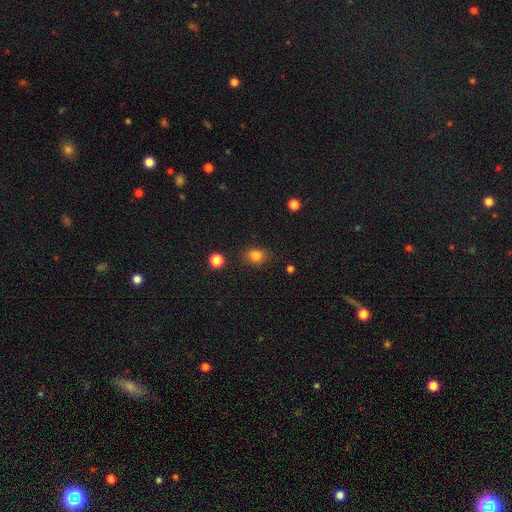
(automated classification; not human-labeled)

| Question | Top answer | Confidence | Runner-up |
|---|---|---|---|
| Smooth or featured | smooth | 82% | star or artifact (12%) |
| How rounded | in between | 53% | round (46%) |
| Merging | none | 83% | minor disturbance (12%) |